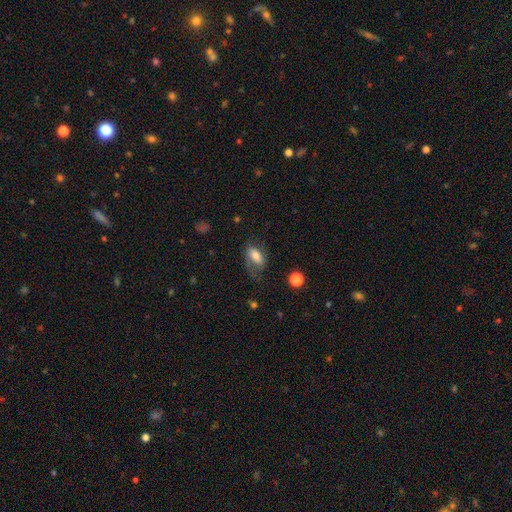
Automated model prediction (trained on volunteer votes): smooth_or_featured: smooth (p=0.62) [alt: featured or disk p=0.29]
how_rounded: in between (p=0.88) [alt: round p=0.06]
merging: none (p=0.45) [alt: major disturbance p=0.27]